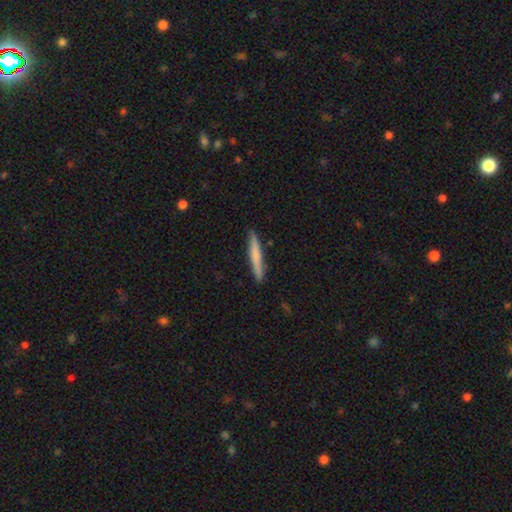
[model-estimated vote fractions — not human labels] Smooth or featured? Predicted: smooth (p=0.66). How rounded? Predicted: cigar-shaped (p=0.96). Merging? Predicted: none (p=0.90).